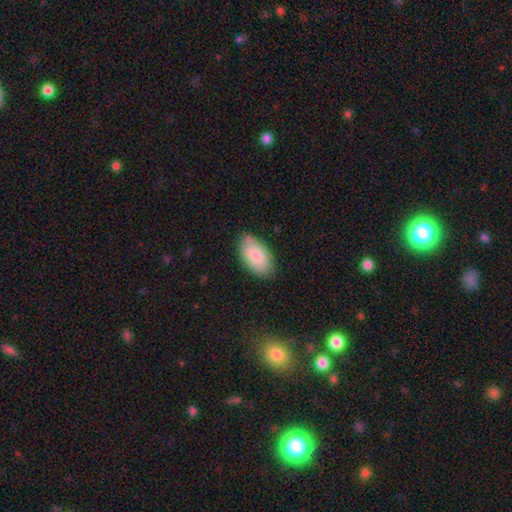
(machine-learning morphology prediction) smooth-or-featured: smooth: 81% | featured or disk: 13% | star or artifact: 6%
  how-rounded: in between: 95% | round: 3% | cigar-shaped: 2%
  merging: none: 78% | minor disturbance: 17% | major disturbance: 3% | merger: 1%